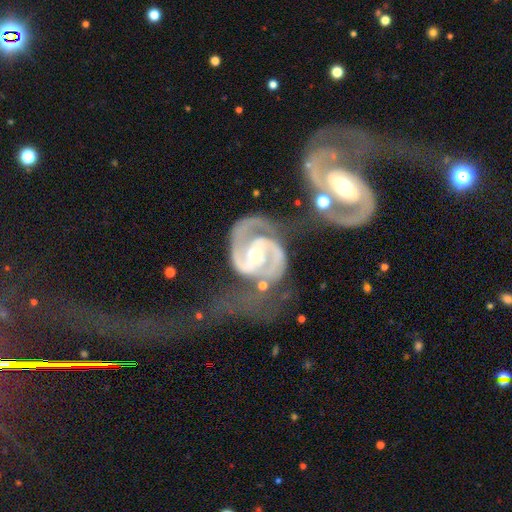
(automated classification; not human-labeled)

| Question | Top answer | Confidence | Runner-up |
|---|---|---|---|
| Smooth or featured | featured or disk | 93% | star or artifact (4%) |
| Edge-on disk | no | 98% | yes (2%) |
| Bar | weak | 42% | no (29%) |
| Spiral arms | yes | 98% | no (2%) |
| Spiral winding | medium | 48% | tight (38%) |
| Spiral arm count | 2 | 86% | 1 (4%) |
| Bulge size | small | 48% | moderate (47%) |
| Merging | major disturbance | 31% | tied: none (31%) |